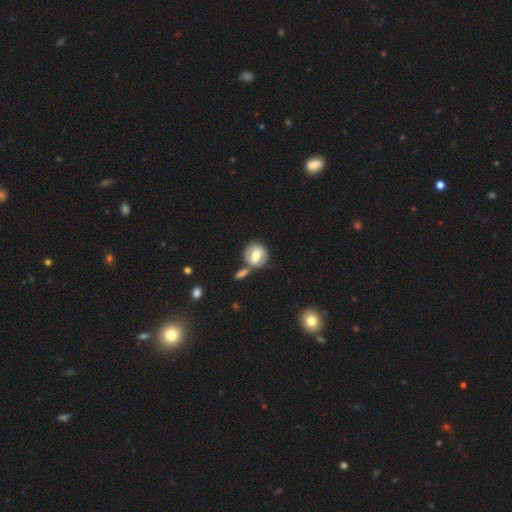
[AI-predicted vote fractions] Smooth or featured: smooth — 52% (featured or disk — 41%)
How rounded: round — 73% (in between — 26%)
Merging: none — 54% (merger — 25%)